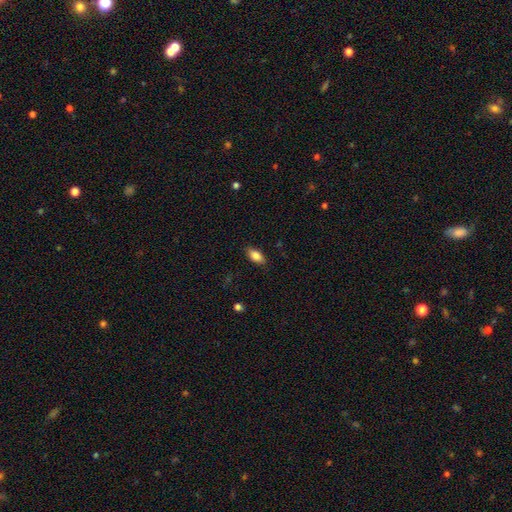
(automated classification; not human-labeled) smooth_or_featured: smooth (p=0.86) [alt: star or artifact p=0.07]
how_rounded: in between (p=0.90) [alt: cigar-shaped p=0.06]
merging: none (p=0.86) [alt: minor disturbance p=0.11]